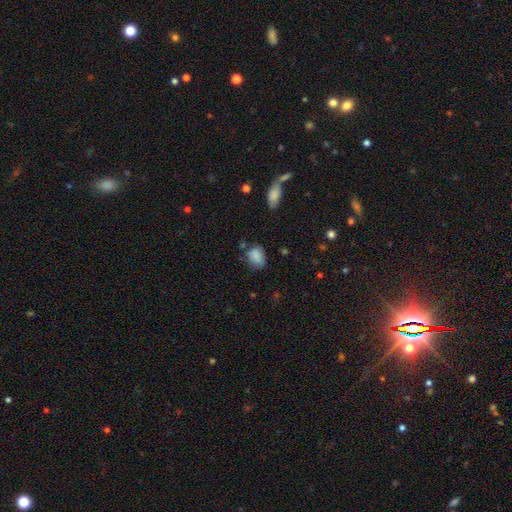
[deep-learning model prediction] The model was most divided on "merging": none: 59%, minor disturbance: 29%, major disturbance: 8%, merger: 4%. More confident: smooth or featured — smooth (84%); how rounded — in between (65%).